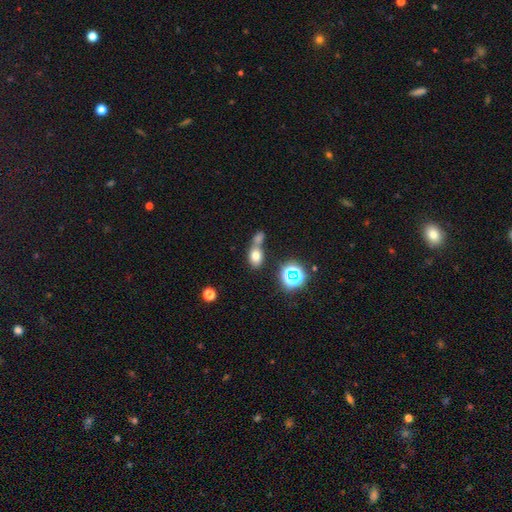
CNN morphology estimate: Overall: smooth (72%). How rounded: in between (71%). Merging: merger (43%; none 41%).